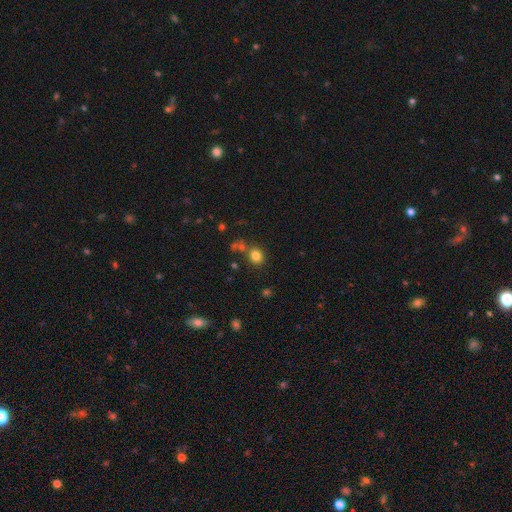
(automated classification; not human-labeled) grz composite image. It shows a smooth galaxy with no disk features (80%) that is round (78%). Merging: none (71%).